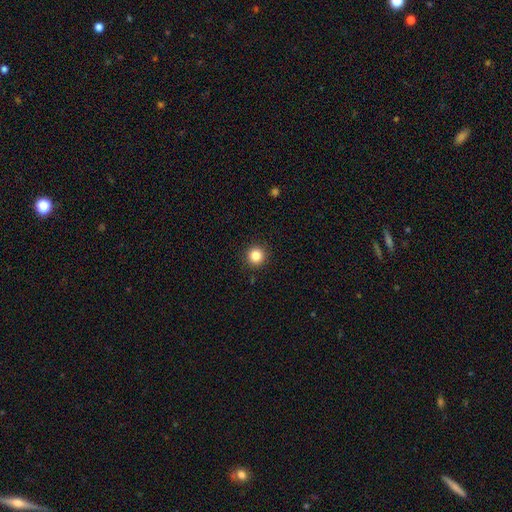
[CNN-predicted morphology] Q: Smooth or featured?
A: smooth (84%); runner-up: star or artifact (11%)
Q: How rounded?
A: round (95%); runner-up: in between (4%)
Q: Merging?
A: none (92%); runner-up: minor disturbance (5%)